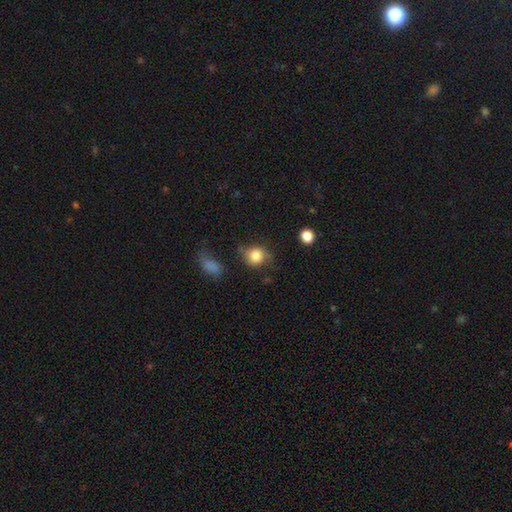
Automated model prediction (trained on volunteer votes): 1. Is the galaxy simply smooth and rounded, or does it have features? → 83% smooth, 9% star or artifact, 7% featured or disk.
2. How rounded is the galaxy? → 77% round, 22% in between, 1% cigar-shaped.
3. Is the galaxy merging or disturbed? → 64% none, 23% minor disturbance, 8% major disturbance, 5% merger.